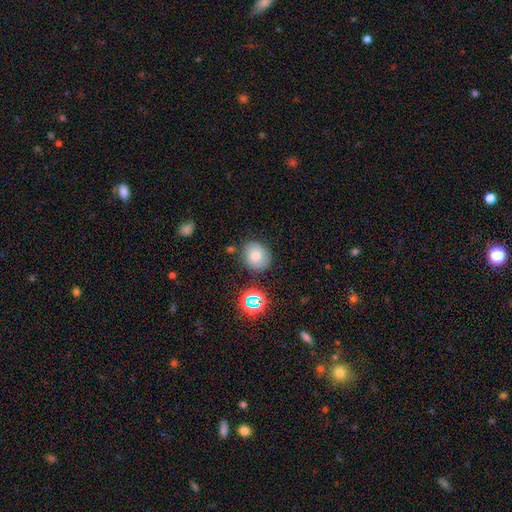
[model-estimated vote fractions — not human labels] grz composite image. It shows a smooth galaxy with no disk features (66%) that is round (73%). Merging: none (80%).